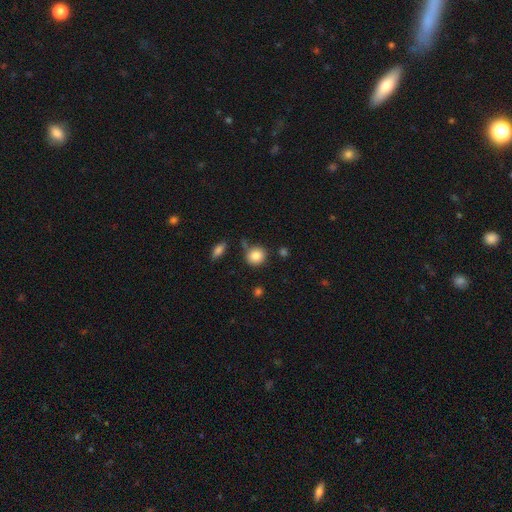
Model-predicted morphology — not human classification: Smooth or featured?
  - smooth: 86% *
  - star or artifact: 9%
  - featured or disk: 5%
How rounded?
  - round: 82% *
  - in between: 17%
  - cigar-shaped: 1%
Merging?
  - none: 76% *
  - minor disturbance: 14%
  - merger: 7%
  - major disturbance: 4%